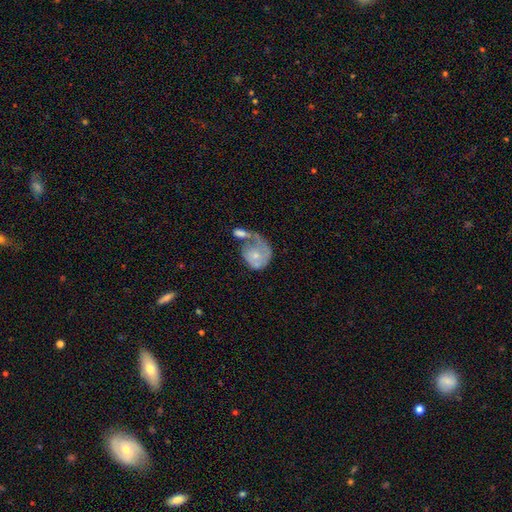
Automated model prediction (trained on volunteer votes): A featured or disk galaxy (53%) with no bar (83%), spiral arms (61%) and a small central bulge (58%).

Vote fractions:
- Smooth or featured? featured or disk: 53% / smooth: 40% / star or artifact: 6%
- Edge-on disk? no: 98% / yes: 2%
- Bar? no: 83% / weak: 15% / strong: 2%
- Spiral arms? yes: 61% / no: 39%
- Bulge size? small: 58% / moderate: 30% / none: 8% / large: 3% / dominant: 2%
- Merging? merger: 38% / major disturbance: 29% / none: 19% / minor disturbance: 14%